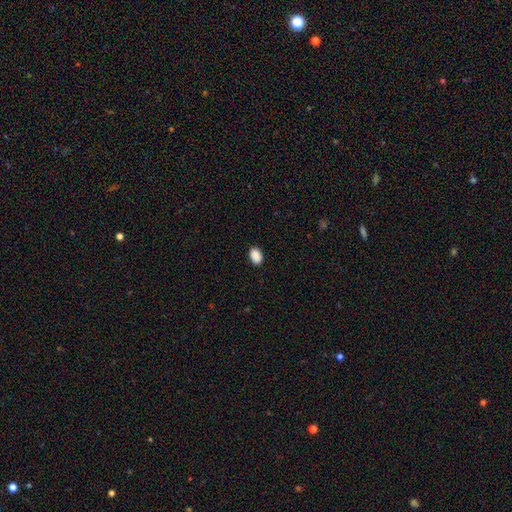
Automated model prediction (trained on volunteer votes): Smooth or featured?
  - smooth: 90% *
  - star or artifact: 7%
  - featured or disk: 2%
How rounded?
  - in between: 87% *
  - round: 12%
  - cigar-shaped: 1%
Merging?
  - none: 88% *
  - minor disturbance: 9%
  - major disturbance: 2%
  - merger: 1%